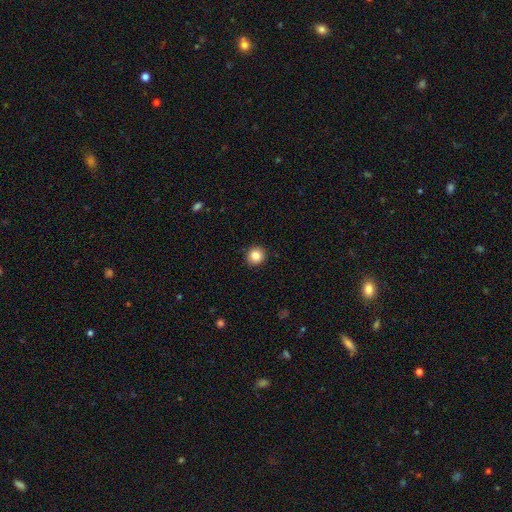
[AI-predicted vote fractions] A smooth galaxy with no disk features (84%) that is round (92%).

Vote fractions:
- Smooth or featured? smooth: 84% / star or artifact: 10% / featured or disk: 6%
- How rounded? round: 92% / in between: 7% / cigar-shaped: 1%
- Merging? none: 92% / minor disturbance: 5% / major disturbance: 2% / merger: 1%